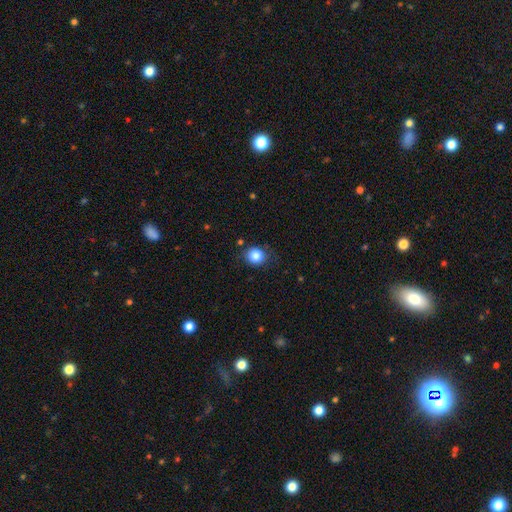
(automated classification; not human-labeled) Smooth or featured: smooth — 85% (star or artifact — 10%)
How rounded: round — 78% (in between — 21%)
Merging: none — 77% (minor disturbance — 16%)